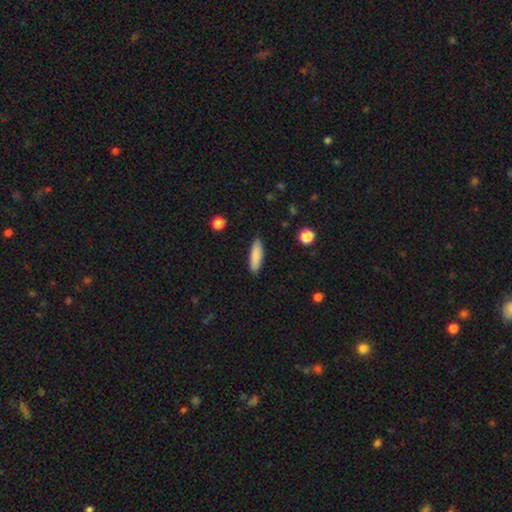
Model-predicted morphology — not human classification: Smooth or featured? smooth (86%)
How rounded? cigar-shaped (62%)
Merging? none (88%)